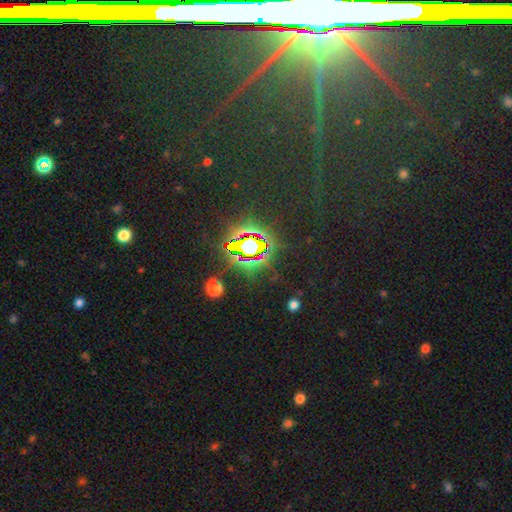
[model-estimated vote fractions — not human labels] Q: Smooth or featured?
A: star or artifact (81%); runner-up: smooth (10%)